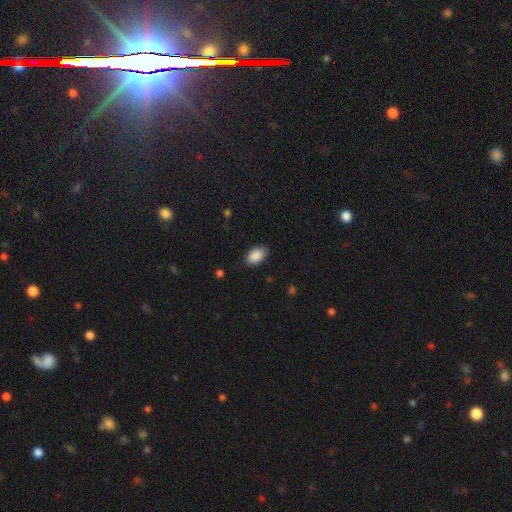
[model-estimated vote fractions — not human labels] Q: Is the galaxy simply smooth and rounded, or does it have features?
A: smooth — 90%.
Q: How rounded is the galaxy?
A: in between — 92%.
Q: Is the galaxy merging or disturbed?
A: none — 86%.